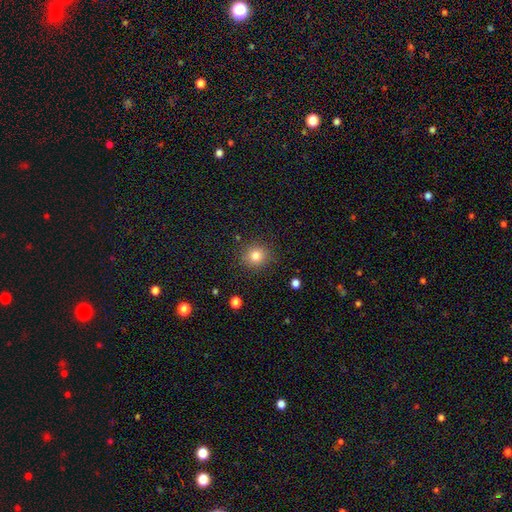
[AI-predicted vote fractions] Smooth or featured? smooth (81%)
How rounded? round (86%)
Merging? none (87%)